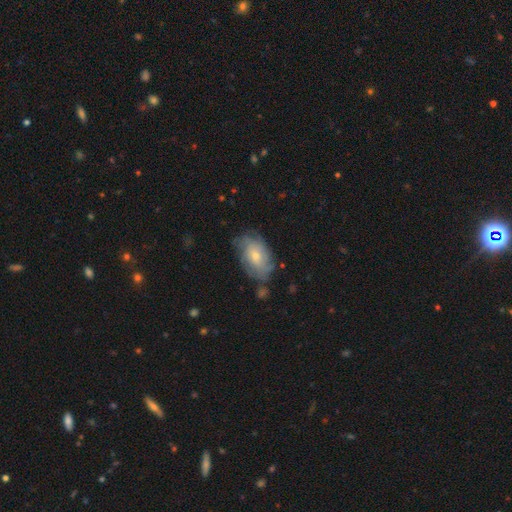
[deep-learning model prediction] featured or disk 47%, smooth 45%, star or artifact 7%. Down the decision tree: merging — none (60%).